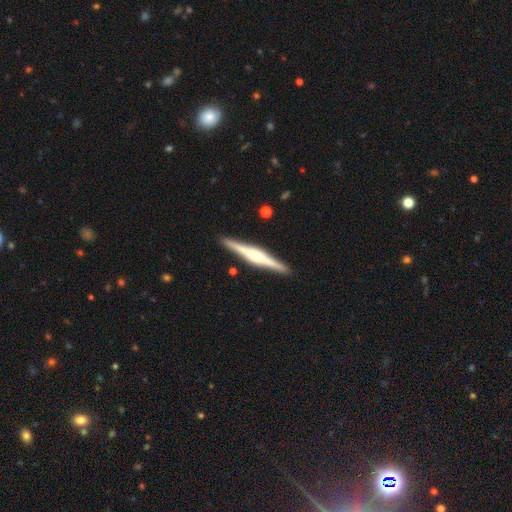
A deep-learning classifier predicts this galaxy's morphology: A featured or disk galaxy (80%) viewed edge-on (98%) with a rounded central bulge (79%).

Vote fractions:
- Smooth or featured? featured or disk: 80% / smooth: 16% / star or artifact: 5%
- Edge-on disk? yes: 98% / no: 2%
- Edge-on bulge? rounded: 79% / boxy: 16% / none: 5%
- Merging? none: 92% / minor disturbance: 6% / major disturbance: 1% / merger: 1%